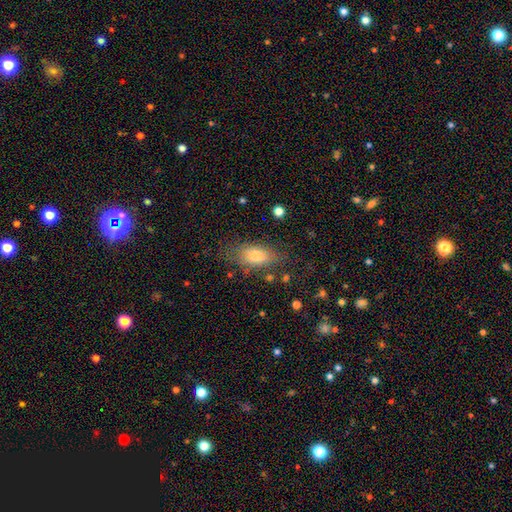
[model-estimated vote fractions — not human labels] Morphology: type=smooth (74%); roundness=in between (83%); merging=none (71%).